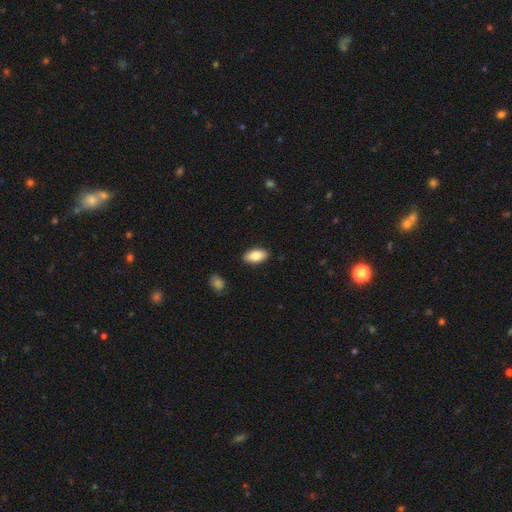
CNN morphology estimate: A smooth galaxy with no disk features (84%) that is in between round and cigar-shaped (93%). Merging: none (89%).